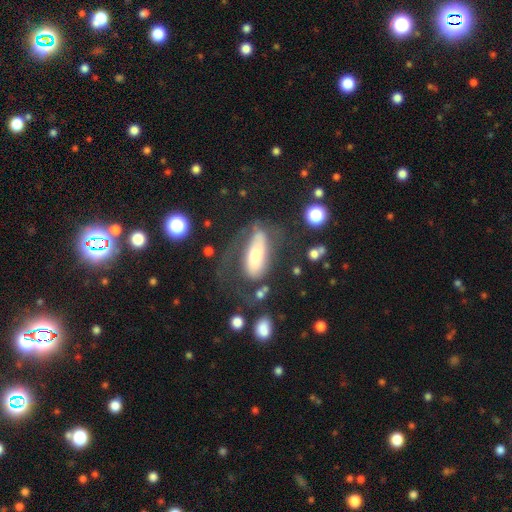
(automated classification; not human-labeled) smooth_or_featured: featured or disk (p=0.49) [alt: smooth p=0.44]
merging: none (p=0.38) [alt: major disturbance p=0.35]